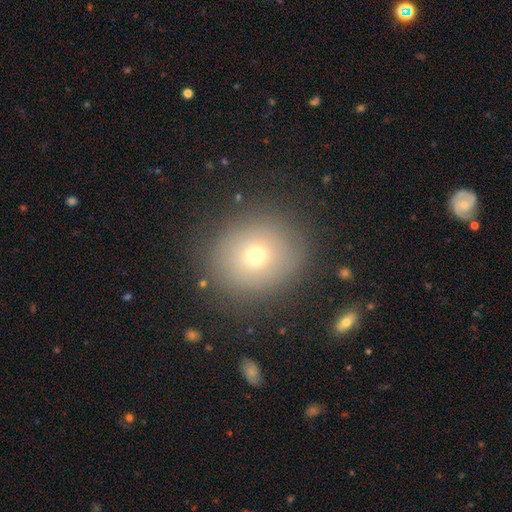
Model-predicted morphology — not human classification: Smooth or featured? Predicted: smooth (p=0.67). How rounded? Predicted: round (p=0.85). Merging? Predicted: none (p=0.86).